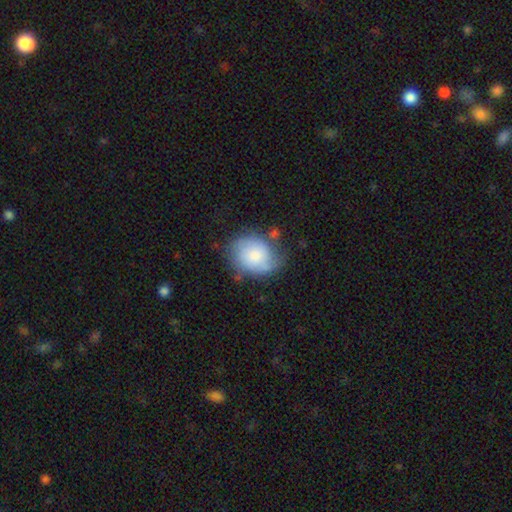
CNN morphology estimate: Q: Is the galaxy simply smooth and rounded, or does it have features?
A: smooth — 59%.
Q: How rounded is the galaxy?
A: round — 58%.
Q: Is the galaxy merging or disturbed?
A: none — 52%.